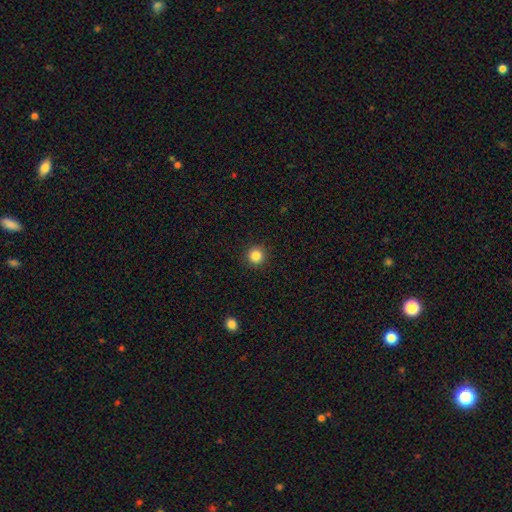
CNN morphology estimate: Q: Smooth or featured?
A: smooth (85%); runner-up: star or artifact (11%)
Q: How rounded?
A: round (95%); runner-up: in between (4%)
Q: Merging?
A: none (92%); runner-up: minor disturbance (5%)